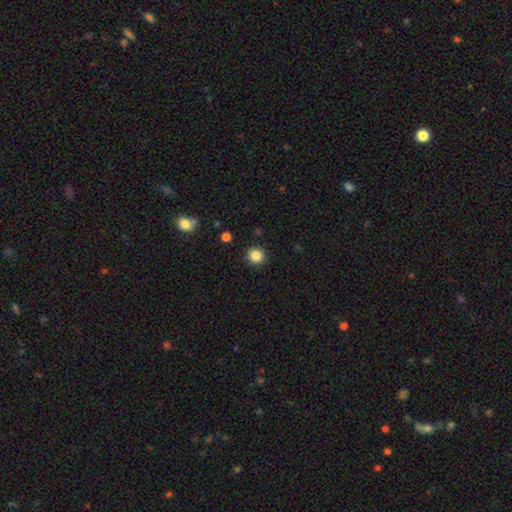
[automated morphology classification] A smooth galaxy with no disk features (84%) that is round (95%).

Vote fractions:
- Smooth or featured? smooth: 84% / star or artifact: 11% / featured or disk: 4%
- How rounded? round: 95% / in between: 4% / cigar-shaped: 1%
- Merging? none: 92% / minor disturbance: 5% / major disturbance: 2% / merger: 1%